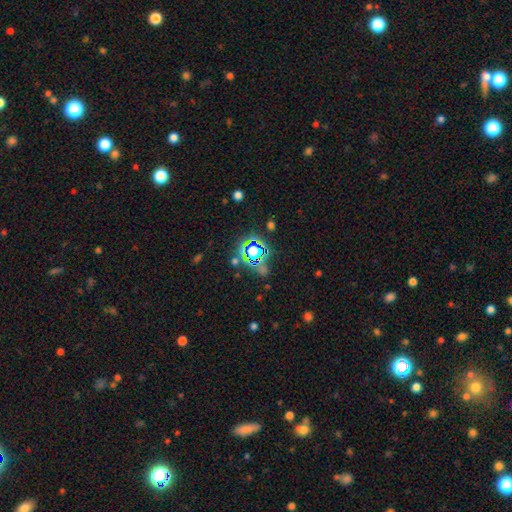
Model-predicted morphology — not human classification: This appears to be a star or artifact, not a galaxy (69%).